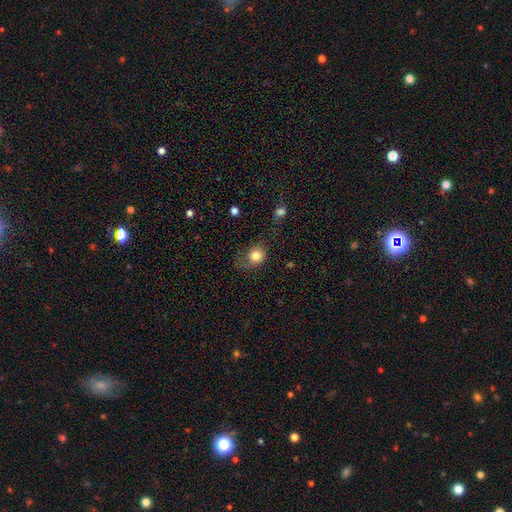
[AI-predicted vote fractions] This is clearly a smooth galaxy (81%). How rounded: likely round (74%). Merging: possibly none (49%).